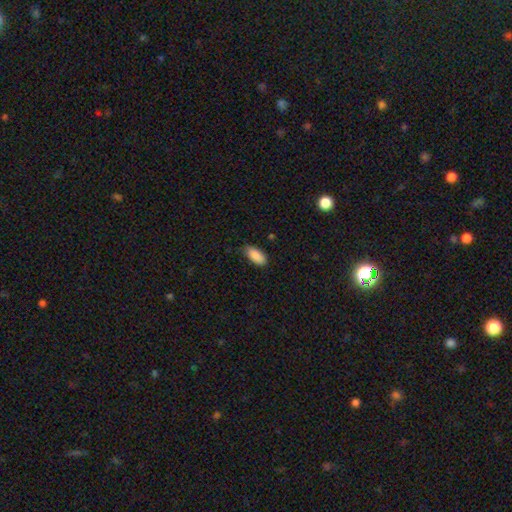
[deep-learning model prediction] Smooth or featured? Predicted: smooth (p=0.89). How rounded? Predicted: in between (p=0.90). Merging? Predicted: none (p=0.76).